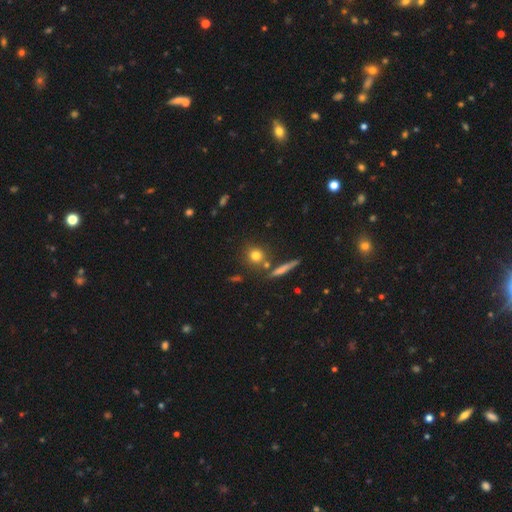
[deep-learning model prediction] Overall: smooth (76%). How rounded: round (80%). Merging: none (76%).